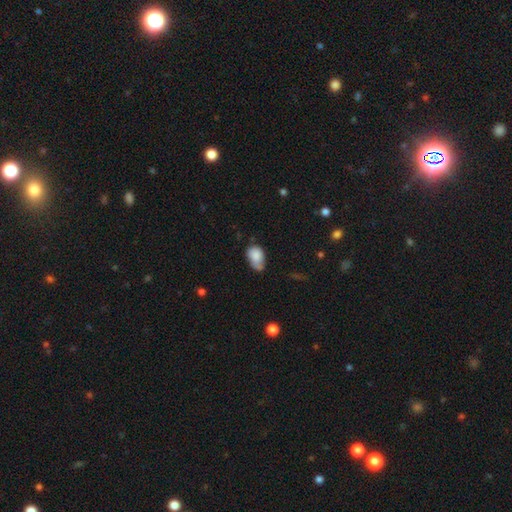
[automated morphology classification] Q: Smooth or featured?
A: smooth (82%); runner-up: featured or disk (10%)
Q: How rounded?
A: in between (84%); runner-up: round (14%)
Q: Merging?
A: minor disturbance (41%); runner-up: none (38%)